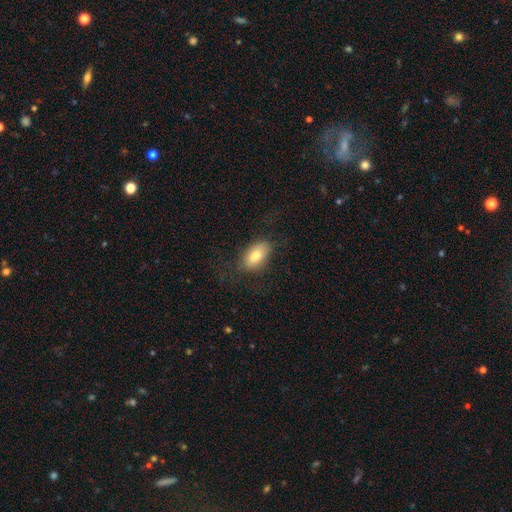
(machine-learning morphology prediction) type=smooth (77%); roundness=in between (91%); merging=none (76%).